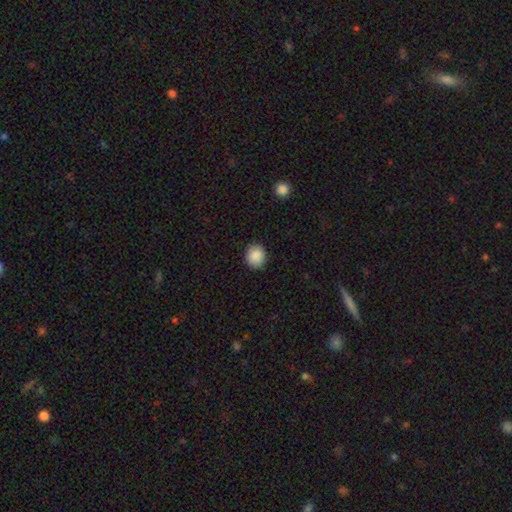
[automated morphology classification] Smooth or featured?
  - smooth: 89% *
  - star or artifact: 8%
  - featured or disk: 3%
How rounded?
  - round: 82% *
  - in between: 17%
  - cigar-shaped: 1%
Merging?
  - none: 90% *
  - minor disturbance: 7%
  - major disturbance: 2%
  - merger: 1%